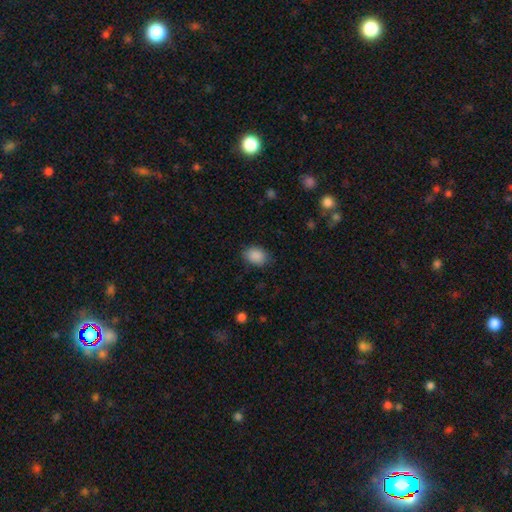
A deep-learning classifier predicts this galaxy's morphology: Overall: smooth (89%). How rounded: in between (67%; round 32%). Merging: none (80%).